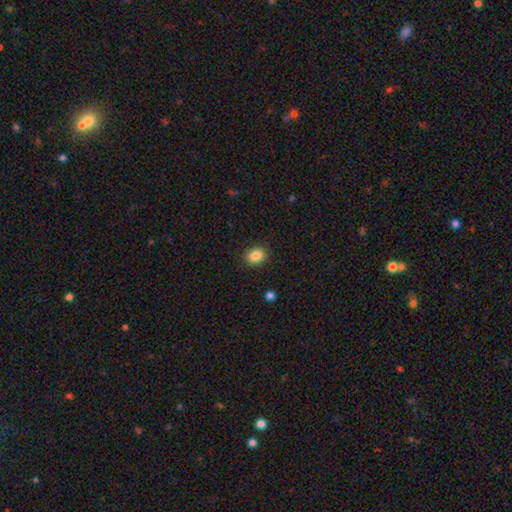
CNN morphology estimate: smooth 85%, star or artifact 10%, featured or disk 5%. Down the decision tree: how rounded — round (56%); merging — none (90%).